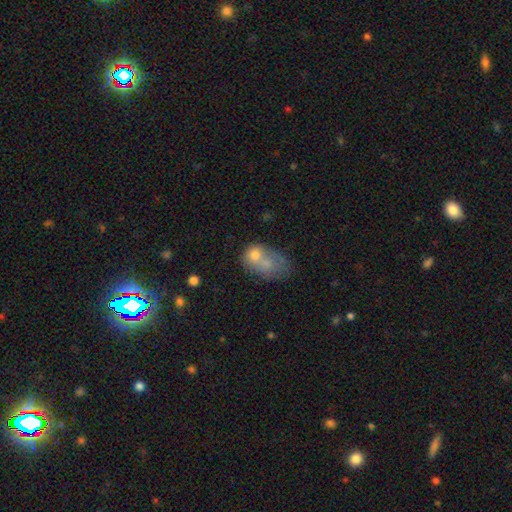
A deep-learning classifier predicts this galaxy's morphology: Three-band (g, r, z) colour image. It shows a smooth galaxy with no disk features (64%) that is in between round and cigar-shaped (71%). Merging: merger (54%).